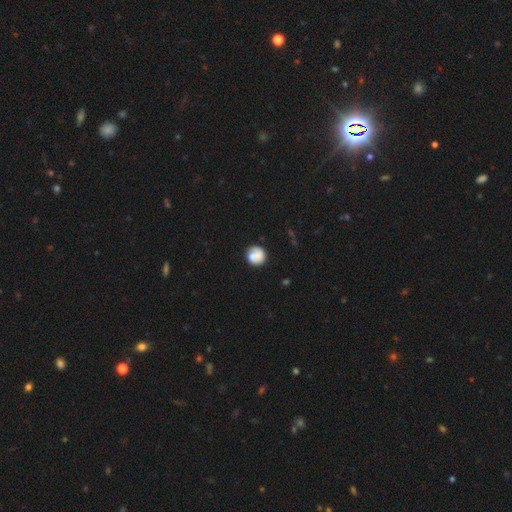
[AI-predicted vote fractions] smooth_or_featured: smooth (p=0.67) [alt: featured or disk p=0.26]
how_rounded: round (p=0.89) [alt: in between p=0.10]
merging: none (p=0.64) [alt: minor disturbance p=0.19]